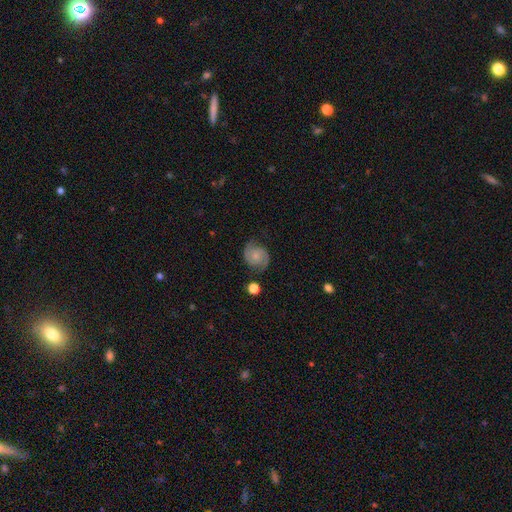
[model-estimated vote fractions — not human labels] Smooth or featured?
  - featured or disk: 79% *
  - smooth: 14%
  - star or artifact: 7%
Edge-on disk?
  - no: 98% *
  - yes: 2%
Bar?
  - no: 73% *
  - weak: 23%
  - strong: 4%
Spiral arms?
  - yes: 96% *
  - no: 4%
Spiral winding?
  - medium: 47% *
  - tight: 40%
  - loose: 13%
Spiral arm count?
  - 2: 92% *
  - can't tell: 3%
  - 3: 2%
  - 1: 1%
  - 4: 1%
  - more than 4: 1%
Bulge size?
  - small: 59% *
  - moderate: 27%
  - none: 10%
  - large: 2%
  - dominant: 1%
Merging?
  - none: 78% *
  - minor disturbance: 15%
  - major disturbance: 5%
  - merger: 2%